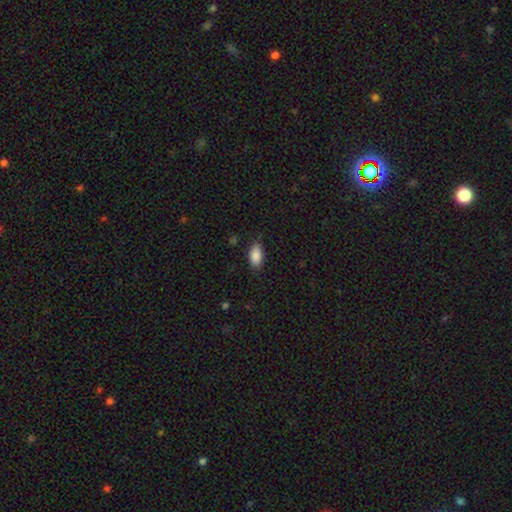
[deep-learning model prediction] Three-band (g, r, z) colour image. It shows a smooth galaxy with no disk features (88%) that is in between round and cigar-shaped (92%). Merging: none (82%).